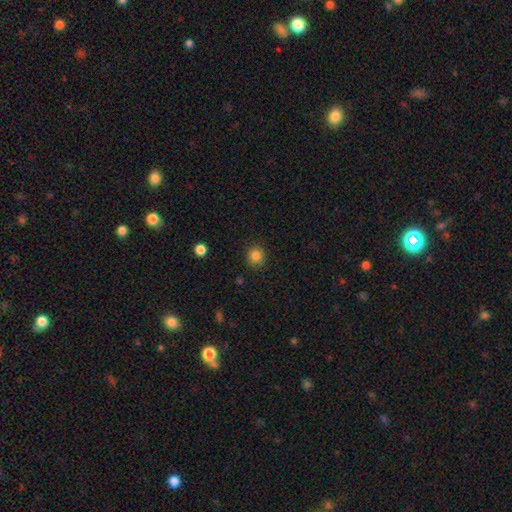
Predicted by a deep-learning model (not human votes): Morphology: type=smooth (84%); roundness=round (87%); merging=none (89%).